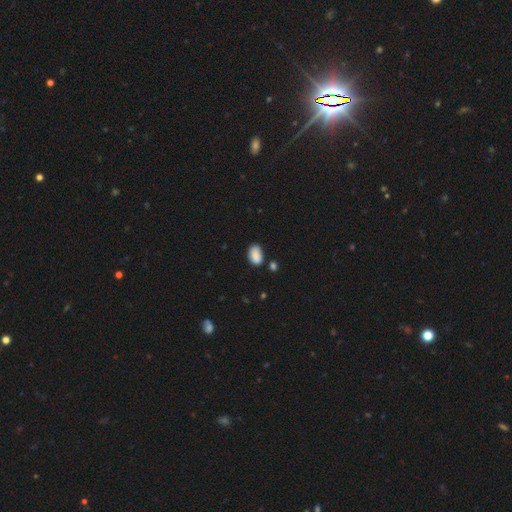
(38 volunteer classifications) A smooth galaxy with no disk features (87%) that is in between round and cigar-shaped (91%). Merging: none (74%).